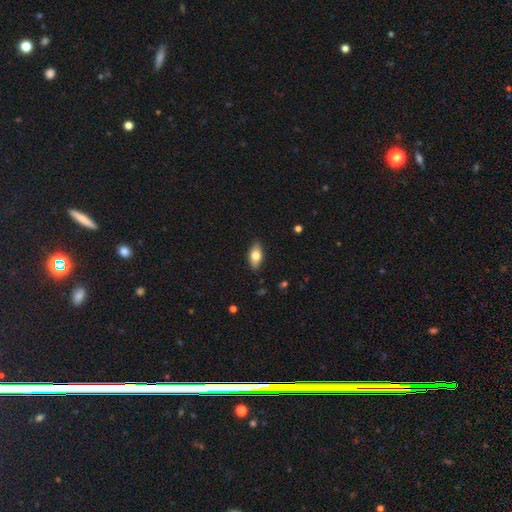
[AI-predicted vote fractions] The model was most divided on "smooth or featured": smooth: 73%, featured or disk: 20%, star or artifact: 7%. More confident: how rounded — in between (87%); merging — none (87%).